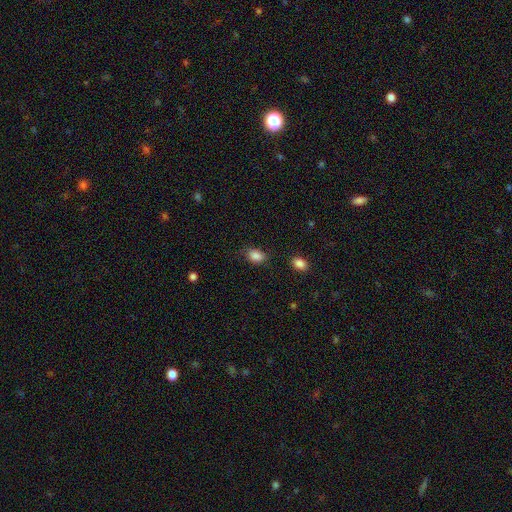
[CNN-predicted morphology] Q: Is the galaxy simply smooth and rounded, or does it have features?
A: smooth — 86%.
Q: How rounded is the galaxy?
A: in between — 77%.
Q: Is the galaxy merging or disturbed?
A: none — 70%.